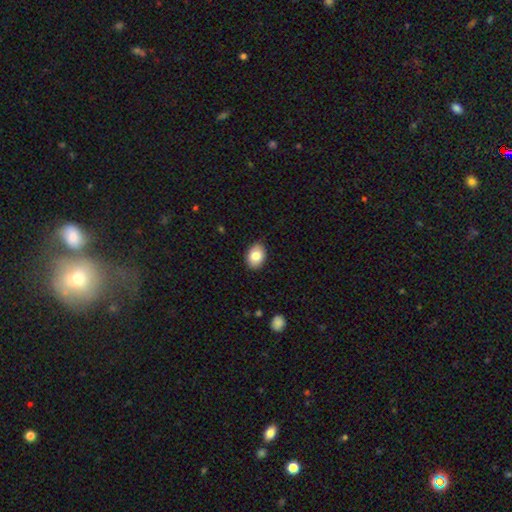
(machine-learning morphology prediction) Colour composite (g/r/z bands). It shows a smooth galaxy with no disk features (82%) that is in between round and cigar-shaped (77%). Merging: none (87%).